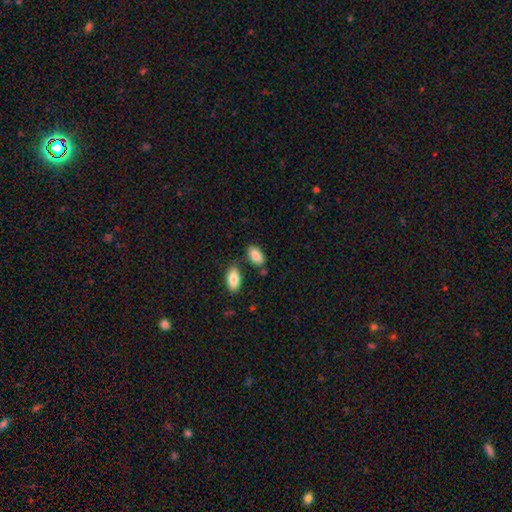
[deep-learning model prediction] Morphology: type=smooth (87%); roundness=in between (93%); merging=none (72%).